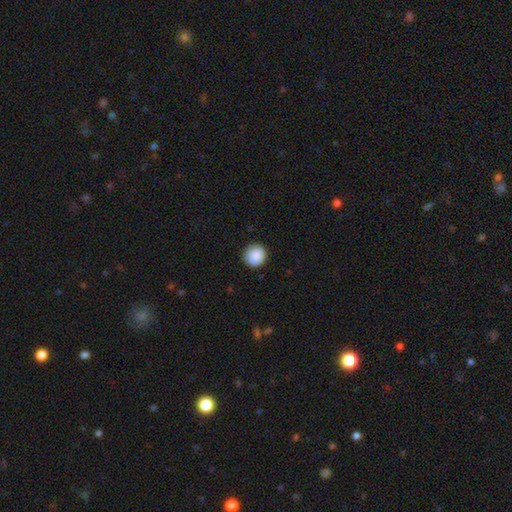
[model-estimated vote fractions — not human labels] Smooth or featured?
  - smooth: 90% *
  - star or artifact: 8%
  - featured or disk: 3%
How rounded?
  - round: 95% *
  - in between: 4%
  - cigar-shaped: 1%
Merging?
  - none: 91% *
  - minor disturbance: 7%
  - major disturbance: 2%
  - merger: 1%